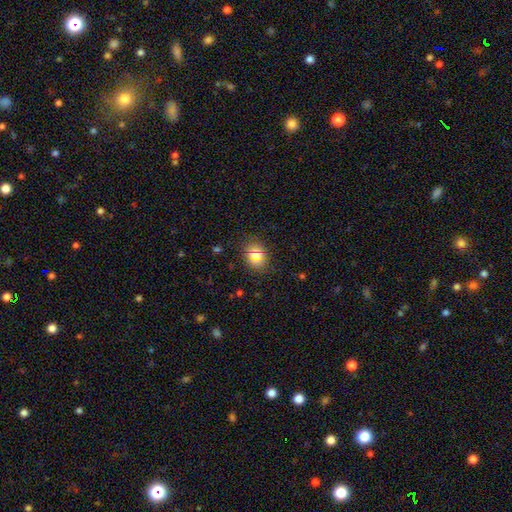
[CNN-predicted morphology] Overall: smooth (73%). How rounded: round (55%; in between 43%). Merging: none (85%).